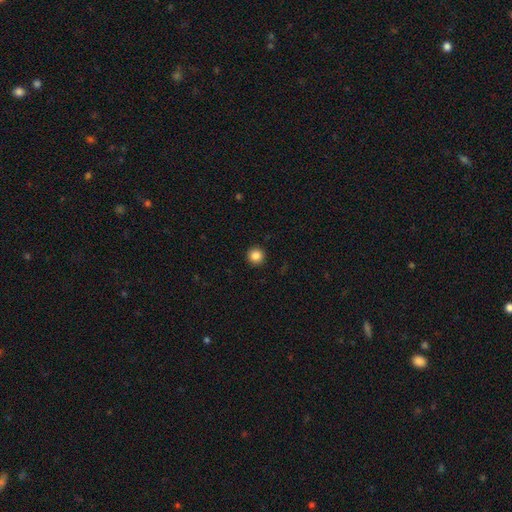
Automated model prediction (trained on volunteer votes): smooth 85%, star or artifact 11%, featured or disk 4%. Down the decision tree: how rounded — round (96%); merging — none (93%).